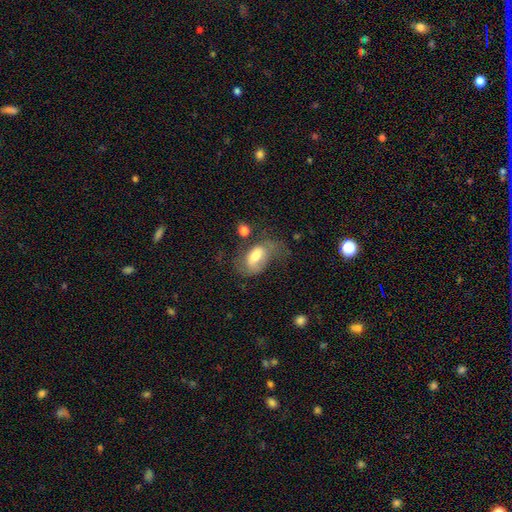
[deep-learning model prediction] Smooth or featured? smooth (61%)
How rounded? in between (89%)
Merging? major disturbance (34%)